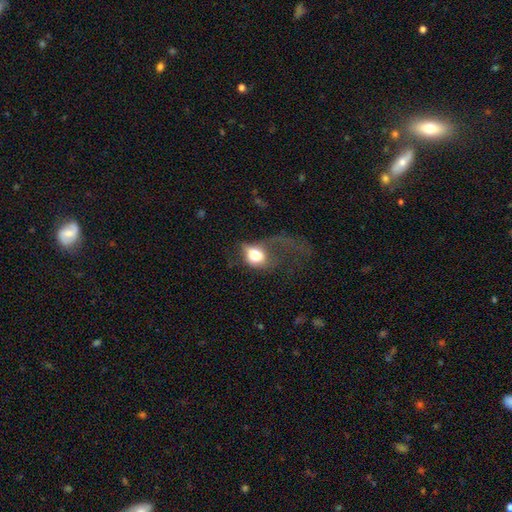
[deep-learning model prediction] A smooth galaxy with no disk features (64%) that is in between round and cigar-shaped (58%). Merging: major disturbance (65%).